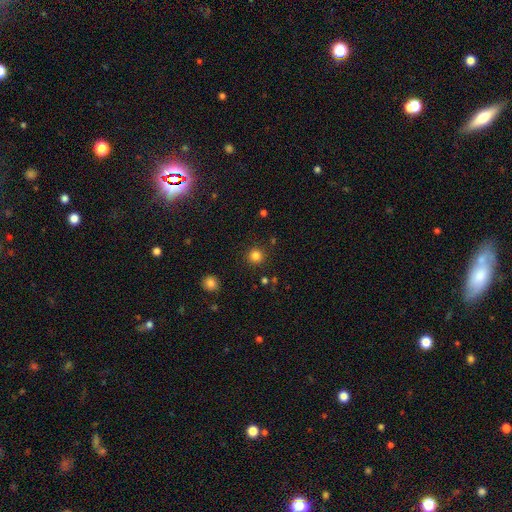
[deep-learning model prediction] smooth-or-featured: smooth: 83% | star or artifact: 13% | featured or disk: 4%
  how-rounded: round: 94% | in between: 5% | cigar-shaped: 1%
  merging: none: 90% | minor disturbance: 6% | major disturbance: 2% | merger: 2%